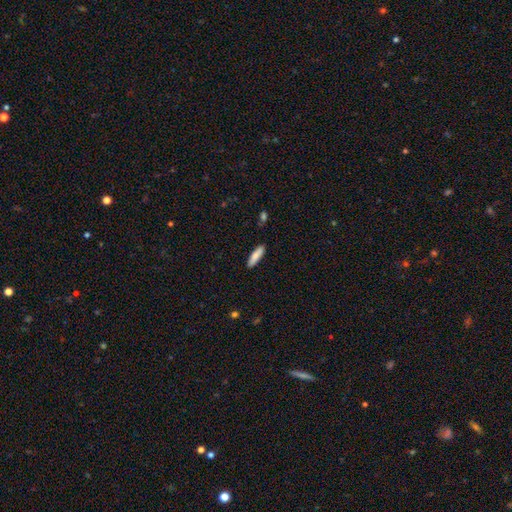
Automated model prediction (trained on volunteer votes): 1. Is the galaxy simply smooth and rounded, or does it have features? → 84% smooth, 10% featured or disk, 6% star or artifact.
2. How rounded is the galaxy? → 70% cigar-shaped, 29% in between, 1% round.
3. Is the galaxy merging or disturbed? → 89% none, 8% minor disturbance, 2% major disturbance, 1% merger.